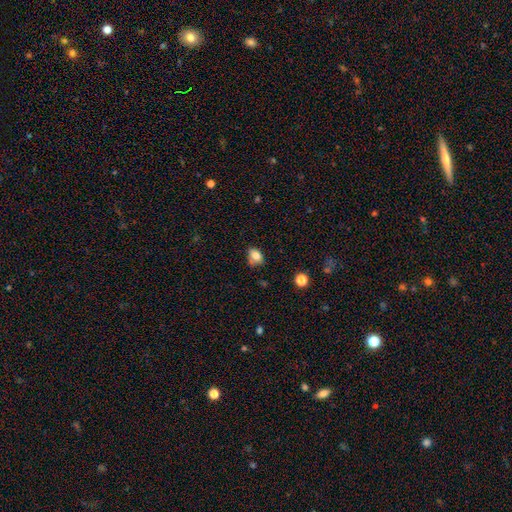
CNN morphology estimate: A smooth galaxy with no disk features (79%) that is in between round and cigar-shaped (68%).

Vote fractions:
- Smooth or featured? smooth: 79% / star or artifact: 11% / featured or disk: 10%
- How rounded? in between: 68% / round: 30% / cigar-shaped: 1%
- Merging? none: 53% / minor disturbance: 33% / major disturbance: 9% / merger: 6%